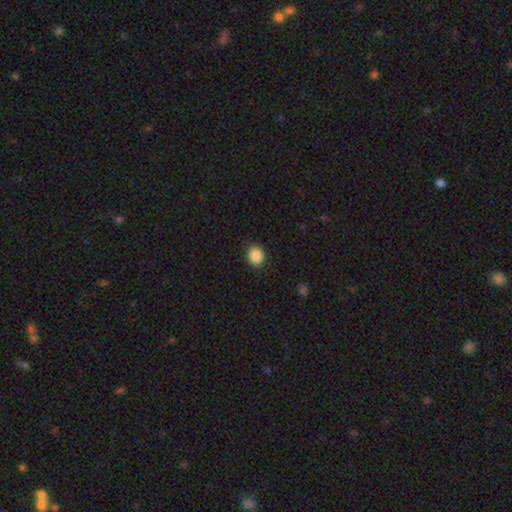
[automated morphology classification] smooth-or-featured: smooth: 88% | star or artifact: 9% | featured or disk: 3%
  how-rounded: round: 73% | in between: 27% | cigar-shaped: 1%
  merging: none: 87% | minor disturbance: 9% | major disturbance: 2% | merger: 1%